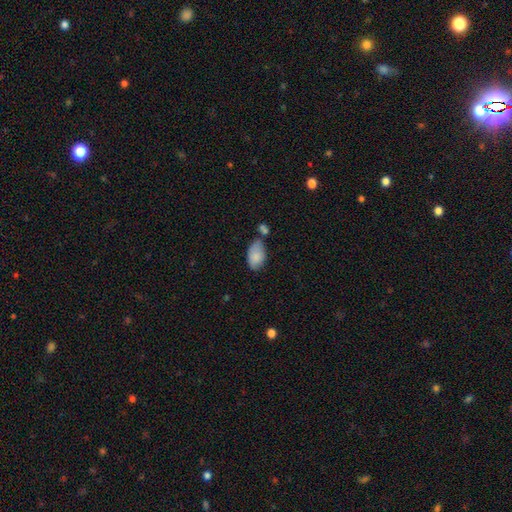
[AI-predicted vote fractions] Smooth or featured? smooth (85%)
How rounded? in between (94%)
Merging? none (50%)